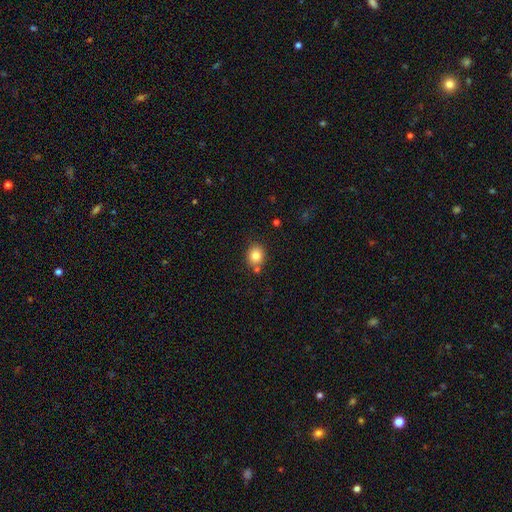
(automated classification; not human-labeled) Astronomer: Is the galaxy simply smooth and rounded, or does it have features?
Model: smooth — 83%.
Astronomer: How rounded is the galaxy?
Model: round — 64%.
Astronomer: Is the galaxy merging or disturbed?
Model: none — 76%.